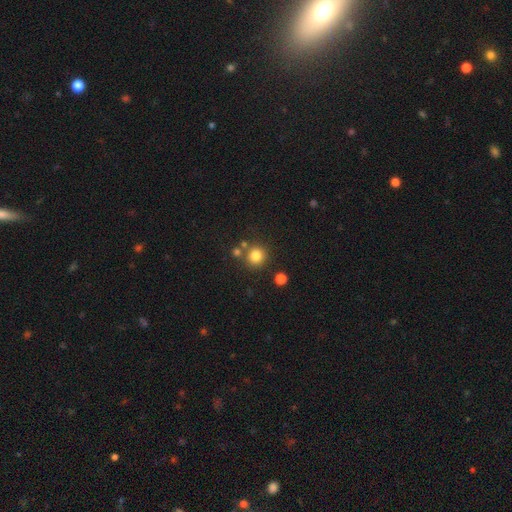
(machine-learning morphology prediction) A smooth galaxy with no disk features (80%) that is round (93%).

Vote fractions:
- Smooth or featured? smooth: 80% / star or artifact: 13% / featured or disk: 7%
- How rounded? round: 93% / in between: 6% / cigar-shaped: 1%
- Merging? none: 76% / merger: 13% / minor disturbance: 8% / major disturbance: 3%